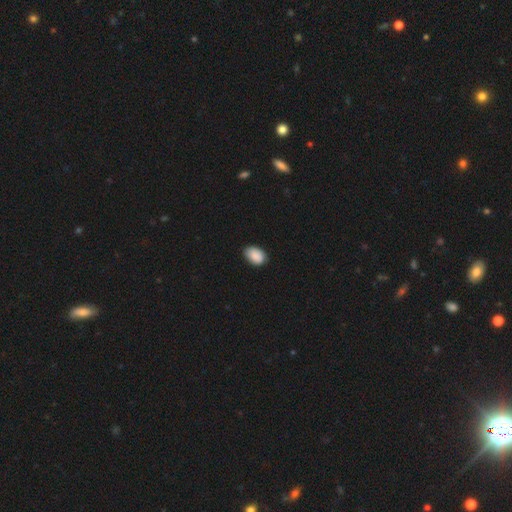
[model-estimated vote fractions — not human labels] Morphology: type=smooth (89%); roundness=in between (86%); merging=none (79%).